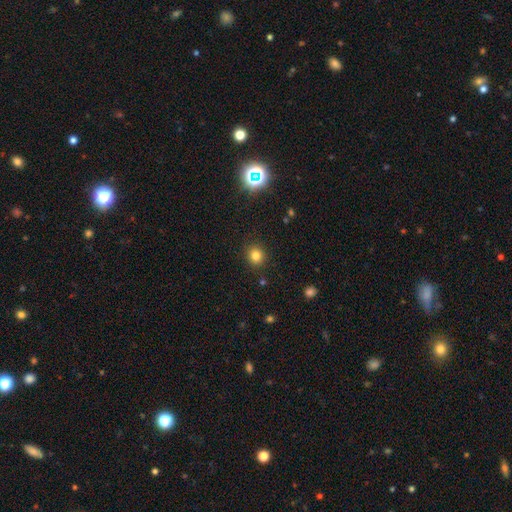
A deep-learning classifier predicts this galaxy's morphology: Q: Smooth or featured?
A: smooth (79%); runner-up: star or artifact (15%)
Q: How rounded?
A: round (87%); runner-up: in between (12%)
Q: Merging?
A: none (90%); runner-up: minor disturbance (6%)